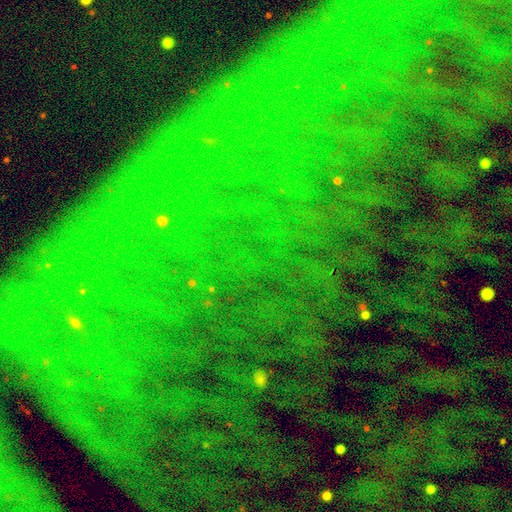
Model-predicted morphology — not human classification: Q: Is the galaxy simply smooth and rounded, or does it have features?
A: star or artifact — 84%.